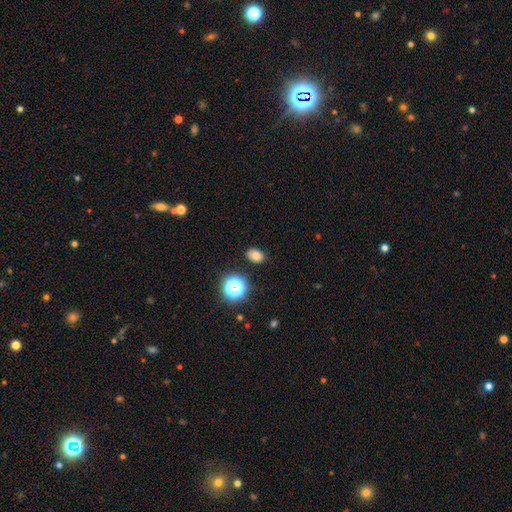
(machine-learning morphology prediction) This is likely a smooth galaxy (80%). How rounded: likely in between (74%). Merging: clearly none (86%).